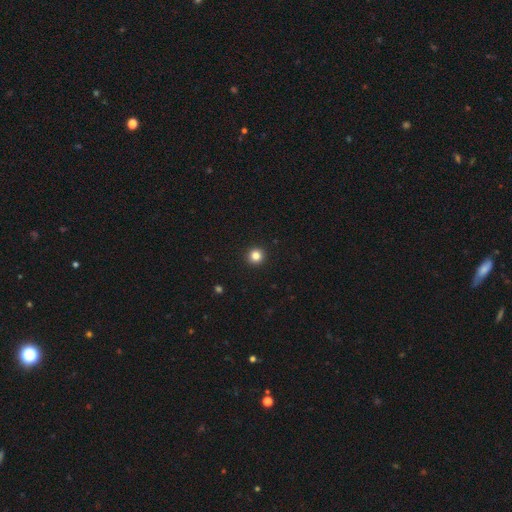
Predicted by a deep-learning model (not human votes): A smooth galaxy with no disk features (83%) that is round (95%). Merging: none (94%).